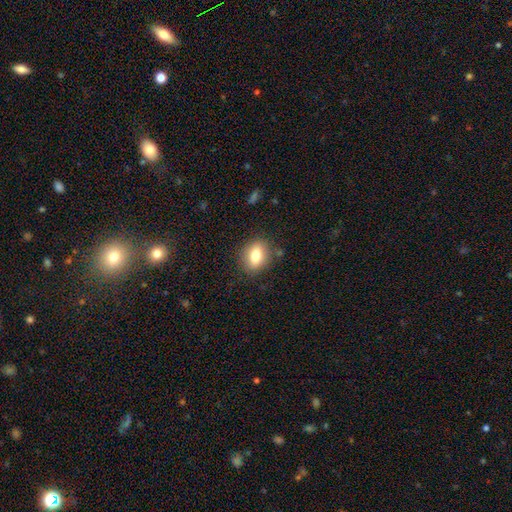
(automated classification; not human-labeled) This is likely a smooth galaxy (77%). How rounded: likely in between (66%). Merging: clearly none (84%).